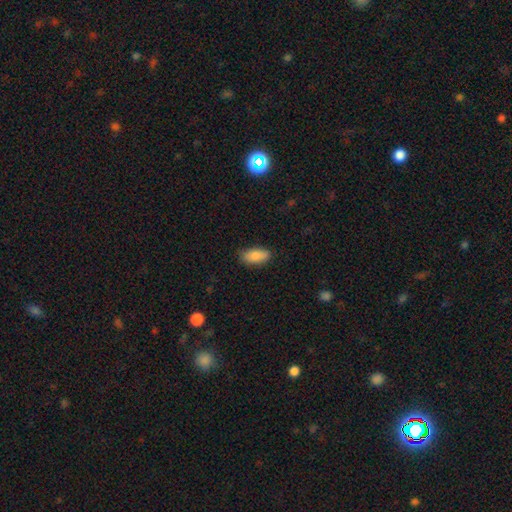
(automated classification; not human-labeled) smooth 87%, featured or disk 7%, star or artifact 6%. Down the decision tree: how rounded — in between (87%); merging — none (82%).